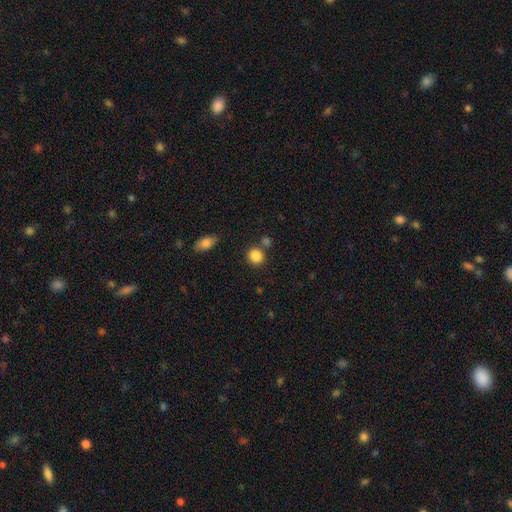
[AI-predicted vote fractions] Smooth or featured? smooth (87%)
How rounded? round (76%)
Merging? none (75%)